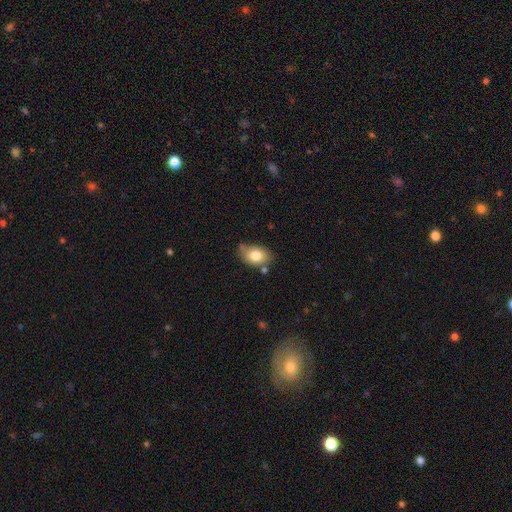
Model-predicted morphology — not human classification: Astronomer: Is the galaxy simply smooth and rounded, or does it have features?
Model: smooth — 78%.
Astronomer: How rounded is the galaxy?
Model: in between — 82%.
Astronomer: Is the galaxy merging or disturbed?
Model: none — 64%.